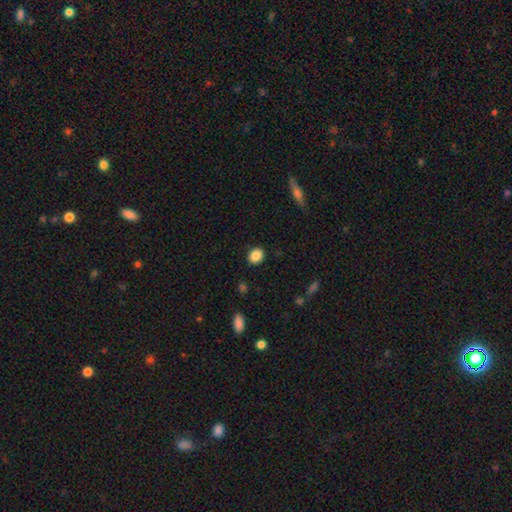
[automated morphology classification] This appears to be a smooth galaxy with no disk features (87%) that is round (63%). Merging: none (90%).